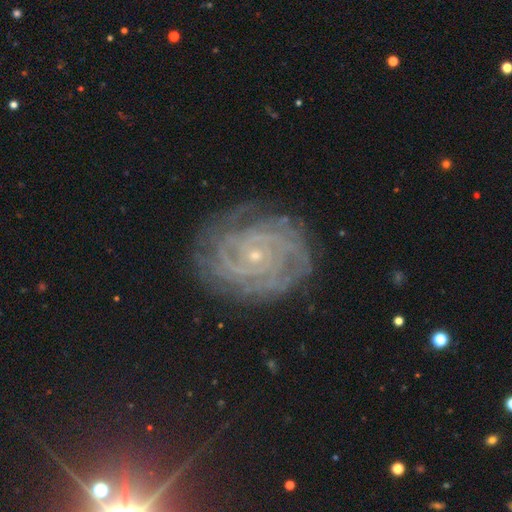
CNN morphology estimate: Q: Smooth or featured?
A: featured or disk (86%); runner-up: star or artifact (8%)
Q: Edge-on disk?
A: no (97%); runner-up: yes (3%)
Q: Bar?
A: no (74%); runner-up: weak (19%)
Q: Spiral arms?
A: yes (98%); runner-up: no (2%)
Q: Spiral winding?
A: tight (83%); runner-up: medium (15%)
Q: Spiral arm count?
A: can't tell (24%); runner-up: 2 (23%)
Q: Bulge size?
A: small (87%); runner-up: moderate (9%)
Q: Merging?
A: none (80%); runner-up: minor disturbance (14%)